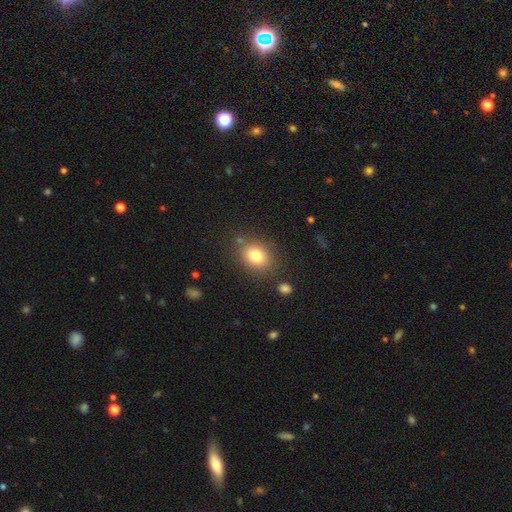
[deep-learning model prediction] Morphology: type=smooth (81%); roundness=in between (56%); merging=none (79%).